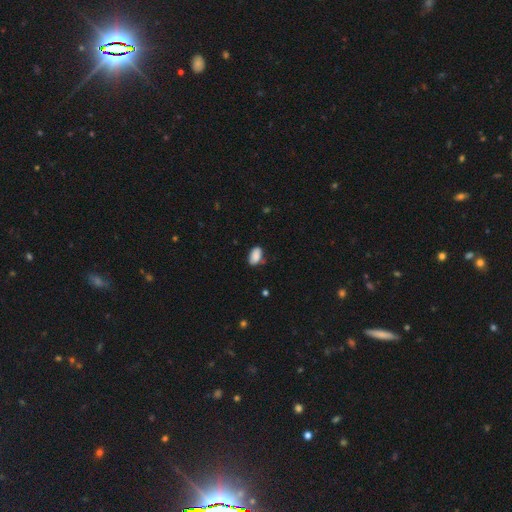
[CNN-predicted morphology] smooth_or_featured: smooth (p=0.87) [alt: star or artifact p=0.08]
how_rounded: in between (p=0.92) [alt: round p=0.06]
merging: none (p=0.71) [alt: minor disturbance p=0.22]